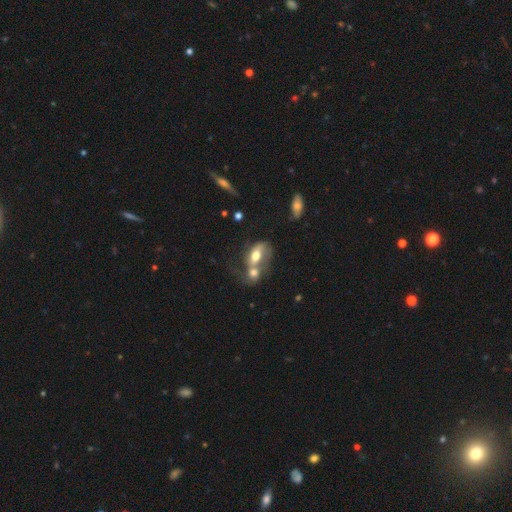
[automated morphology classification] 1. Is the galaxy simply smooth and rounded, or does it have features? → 51% smooth, 41% featured or disk, 8% star or artifact.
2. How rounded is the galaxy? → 82% in between, 13% round, 5% cigar-shaped.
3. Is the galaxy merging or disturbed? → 74% merger, 10% none, 9% major disturbance, 6% minor disturbance.